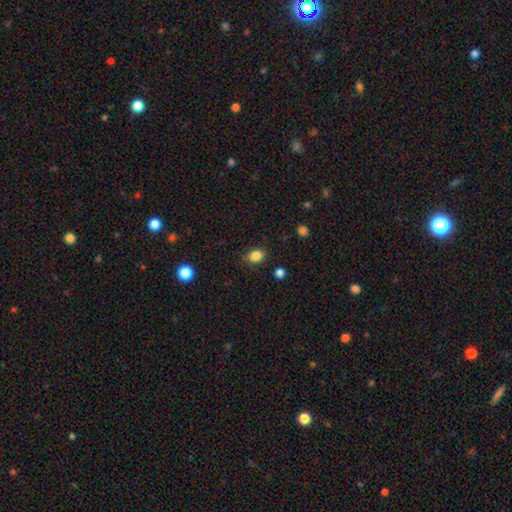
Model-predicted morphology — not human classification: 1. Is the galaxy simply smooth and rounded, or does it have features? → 85% smooth, 10% star or artifact, 4% featured or disk.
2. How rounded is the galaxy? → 58% in between, 41% round, 1% cigar-shaped.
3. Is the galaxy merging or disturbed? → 81% none, 14% minor disturbance, 3% major disturbance, 2% merger.